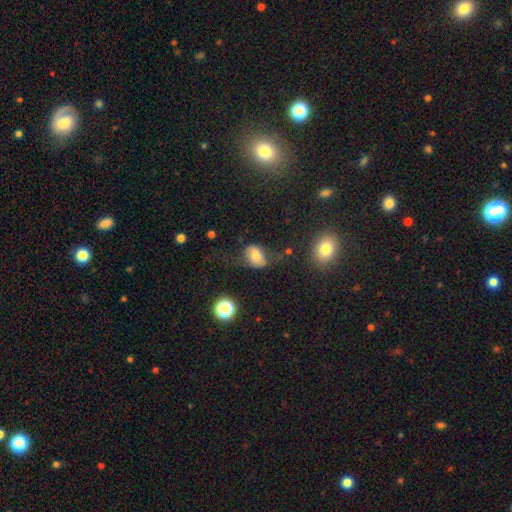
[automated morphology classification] This is likely a smooth galaxy (67%). How rounded: likely in between (74%). Merging: possibly none (49%).